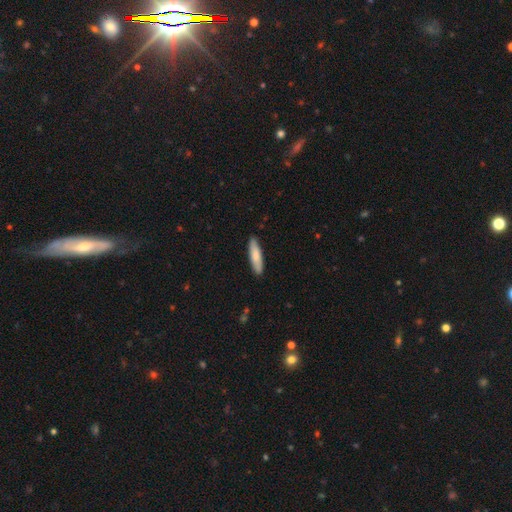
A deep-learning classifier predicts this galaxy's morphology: Smooth or featured? Predicted: smooth (p=0.80). How rounded? Predicted: cigar-shaped (p=0.75). Merging? Predicted: none (p=0.87).